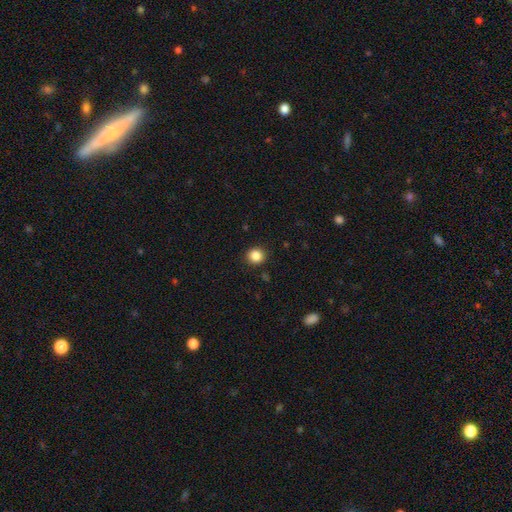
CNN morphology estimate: This appears to be a smooth galaxy with no disk features (85%) that is round (89%). Merging: none (91%).